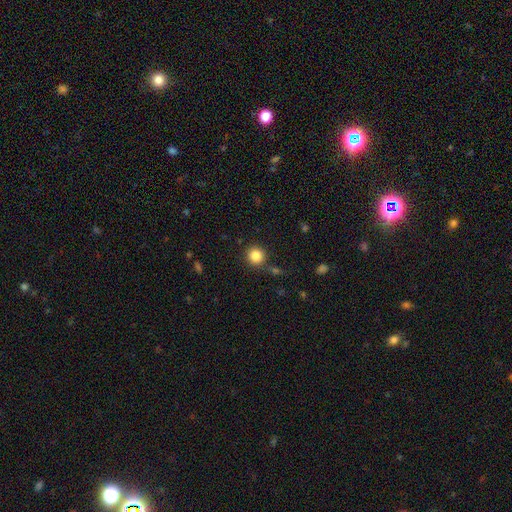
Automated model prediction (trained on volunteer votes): A smooth galaxy with no disk features (85%) that is round (93%).

Vote fractions:
- Smooth or featured? smooth: 85% / star or artifact: 11% / featured or disk: 4%
- How rounded? round: 93% / in between: 6% / cigar-shaped: 1%
- Merging? none: 84% / minor disturbance: 8% / merger: 5% / major disturbance: 3%